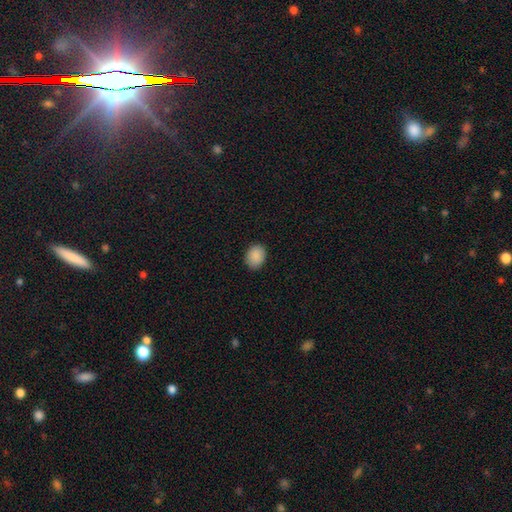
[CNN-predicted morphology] Smooth or featured?
  - smooth: 89% *
  - star or artifact: 8%
  - featured or disk: 3%
How rounded?
  - in between: 55% *
  - round: 44%
  - cigar-shaped: 1%
Merging?
  - none: 88% *
  - minor disturbance: 9%
  - major disturbance: 2%
  - merger: 1%